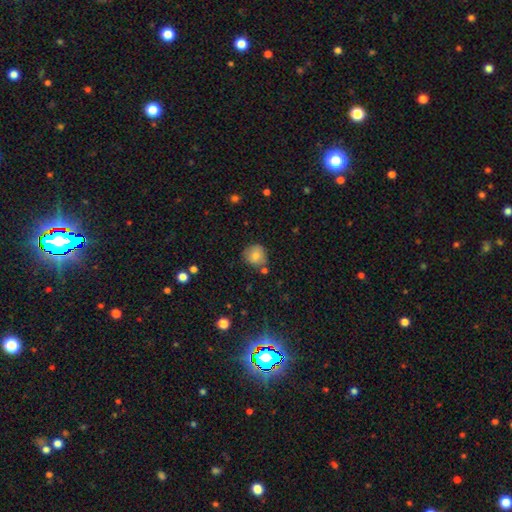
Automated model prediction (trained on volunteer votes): A smooth galaxy with no disk features (78%) that is round (88%). Merging: none (72%).